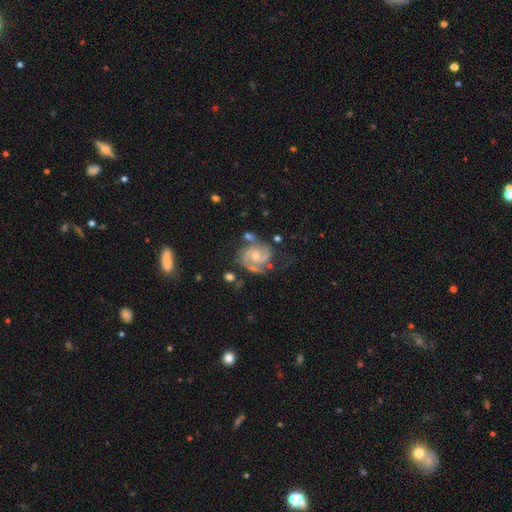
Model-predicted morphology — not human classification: Q: Smooth or featured?
A: featured or disk (90%); runner-up: smooth (5%)
Q: Edge-on disk?
A: no (98%); runner-up: yes (2%)
Q: Bar?
A: no (62%); runner-up: weak (32%)
Q: Spiral arms?
A: yes (98%); runner-up: no (2%)
Q: Spiral winding?
A: medium (47%); runner-up: tight (45%)
Q: Spiral arm count?
A: 2 (83%); runner-up: 3 (8%)
Q: Bulge size?
A: small (55%); runner-up: moderate (40%)
Q: Merging?
A: none (59%); runner-up: minor disturbance (22%)